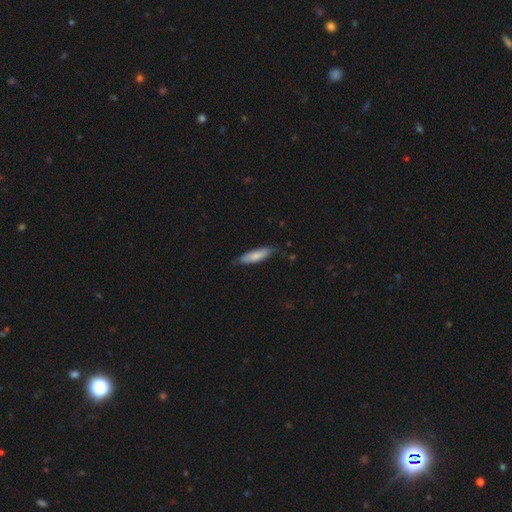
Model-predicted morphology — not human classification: The model was most divided on "how rounded": cigar-shaped: 62%, in between: 37%, round: 1%. More confident: smooth or featured — smooth (77%); merging — none (75%).